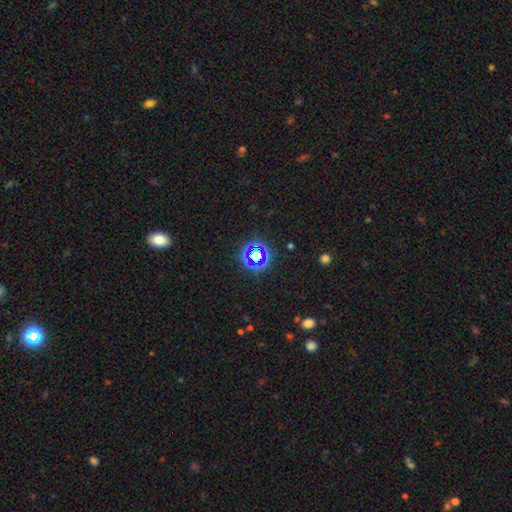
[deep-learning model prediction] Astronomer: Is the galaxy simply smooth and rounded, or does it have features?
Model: star or artifact — 66%.